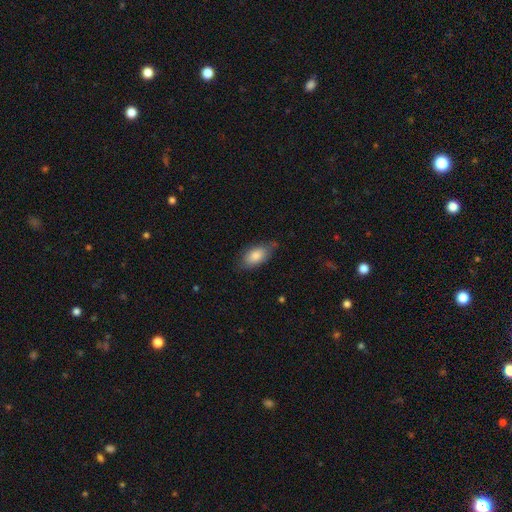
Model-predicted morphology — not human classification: Smooth or featured: smooth — 83% (featured or disk — 11%)
How rounded: in between — 90% (cigar-shaped — 7%)
Merging: none — 71% (minor disturbance — 23%)